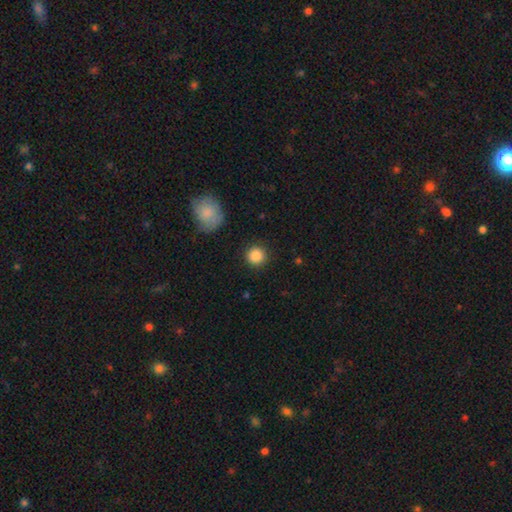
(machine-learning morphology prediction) Smooth or featured: smooth — 87% (star or artifact — 9%)
How rounded: round — 94% (in between — 5%)
Merging: none — 90% (minor disturbance — 6%)